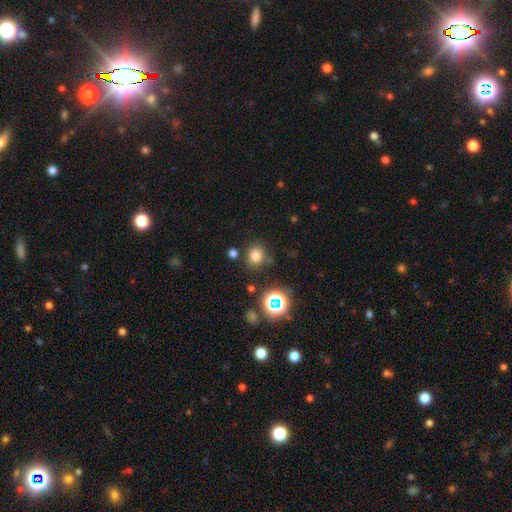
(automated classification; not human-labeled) This appears to be a smooth galaxy with no disk features (75%) that is round (82%). Merging: none (78%).